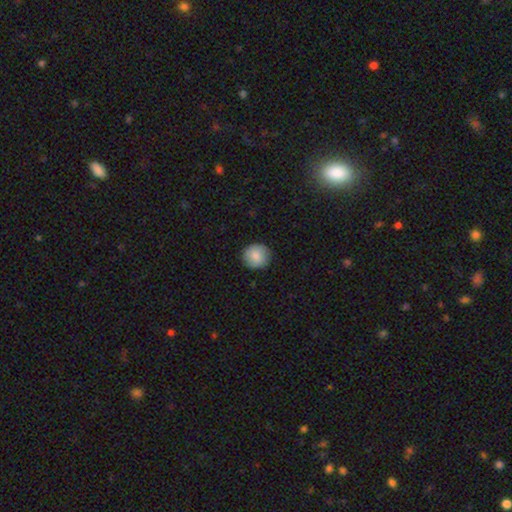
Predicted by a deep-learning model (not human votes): A smooth galaxy with no disk features (84%) that is round (92%). Merging: none (89%).